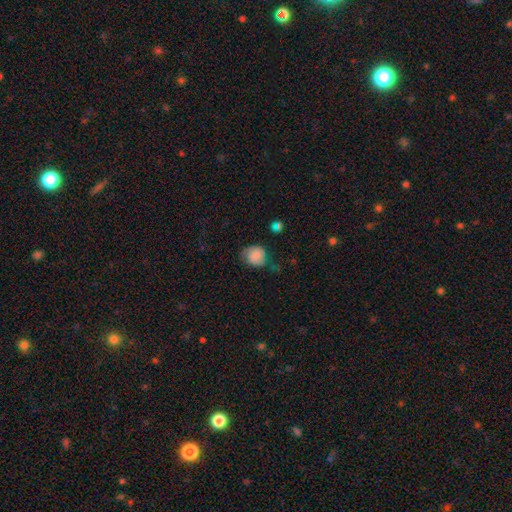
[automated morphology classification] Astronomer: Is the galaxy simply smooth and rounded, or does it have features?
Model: smooth — 80%.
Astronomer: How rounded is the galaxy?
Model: round — 74%.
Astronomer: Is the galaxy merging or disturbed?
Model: none — 53% (runner-up: minor disturbance, 34%).